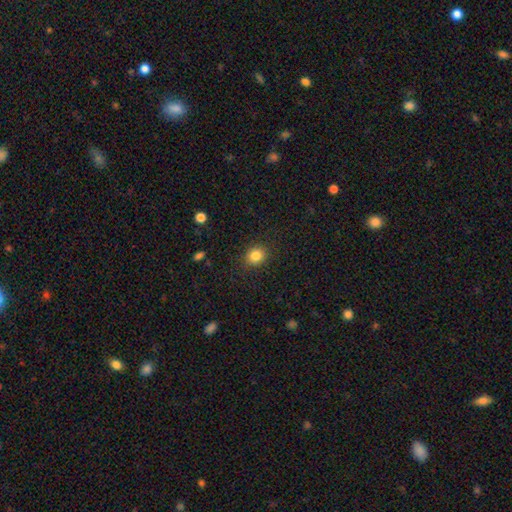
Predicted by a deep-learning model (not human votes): Smooth or featured: smooth — 84% (star or artifact — 11%)
How rounded: round — 74% (in between — 25%)
Merging: none — 88% (minor disturbance — 8%)